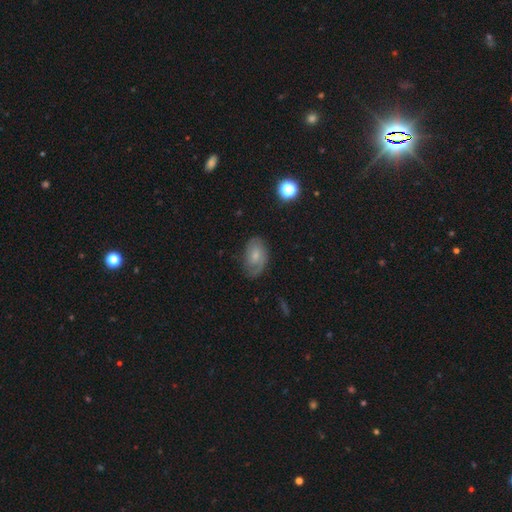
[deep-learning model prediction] Smooth or featured: featured or disk — 54% (smooth — 37%)
Edge-on disk: no — 95% (yes — 5%)
Bar: no — 61% (weak — 34%)
Spiral arms: yes — 85% (no — 15%)
Bulge size: small — 45% (moderate — 41%)
Merging: none — 70% (minor disturbance — 21%)